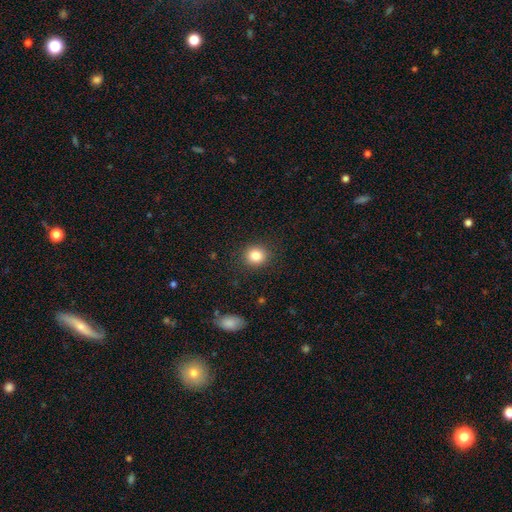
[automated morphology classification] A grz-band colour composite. It shows a smooth galaxy with no disk features (83%) that is round (82%). Merging: none (89%).